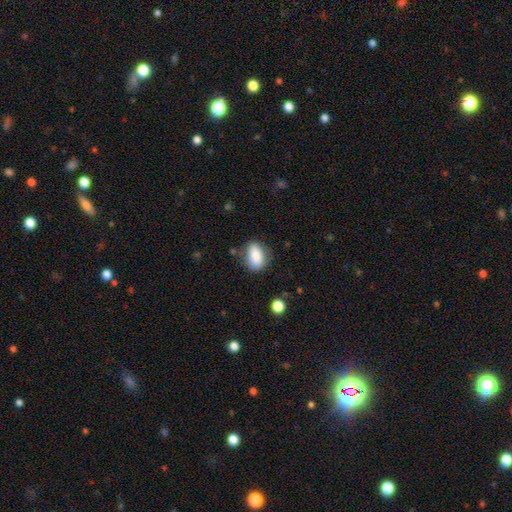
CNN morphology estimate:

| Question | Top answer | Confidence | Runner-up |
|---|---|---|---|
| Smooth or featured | smooth | 82% | featured or disk (10%) |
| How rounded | in between | 80% | round (17%) |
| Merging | none | 76% | minor disturbance (17%) |